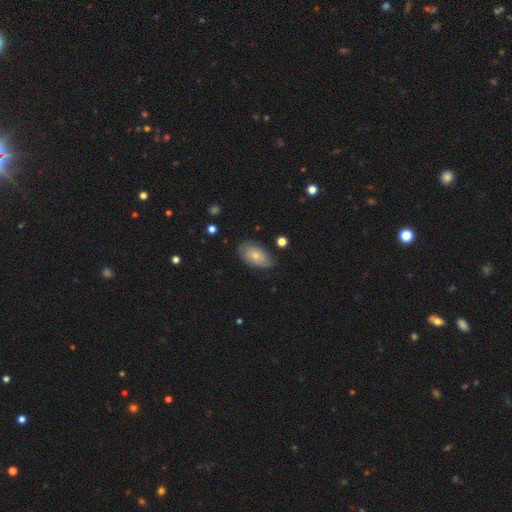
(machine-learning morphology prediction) A smooth galaxy with no disk features (56%) that is in between round and cigar-shaped (91%). Merging: none (72%).